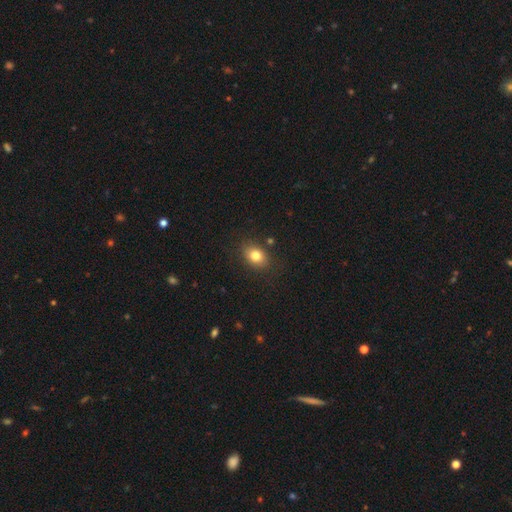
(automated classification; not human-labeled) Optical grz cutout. It shows a smooth galaxy with no disk features (80%) that is in between round and cigar-shaped (64%). Merging: none (83%).